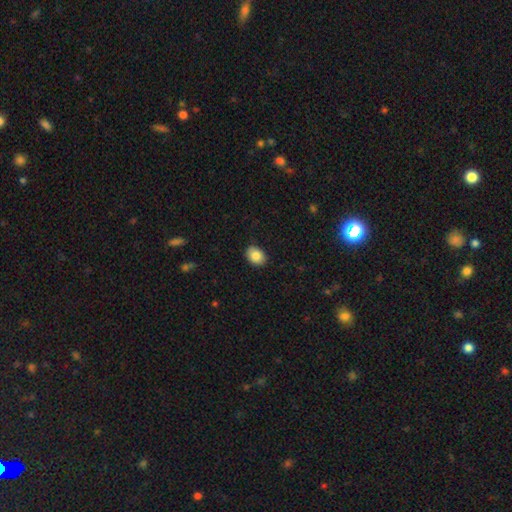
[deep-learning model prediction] The model was most divided on "how rounded": in between: 70%, round: 29%, cigar-shaped: 1%. More confident: merging — none (88%); smooth or featured — smooth (85%).